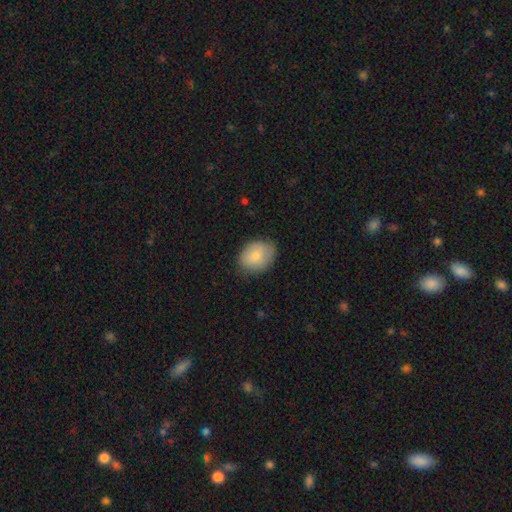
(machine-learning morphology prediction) This is likely a smooth galaxy (78%). How rounded: likely in between (65%). Merging: likely none (75%).